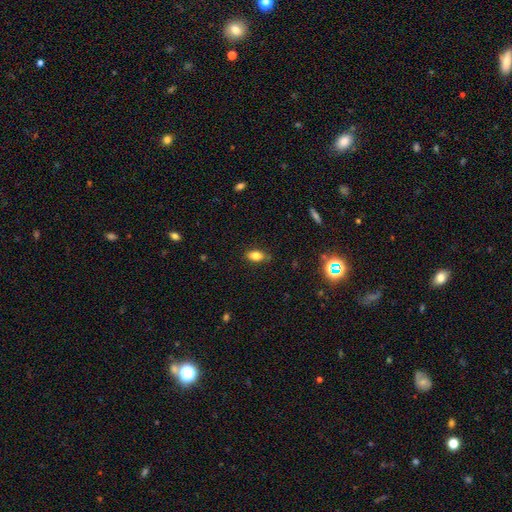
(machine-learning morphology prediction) The model was most divided on "merging": none: 79%, minor disturbance: 16%, major disturbance: 3%, merger: 2%. More confident: how rounded — in between (86%); smooth or featured — smooth (81%).